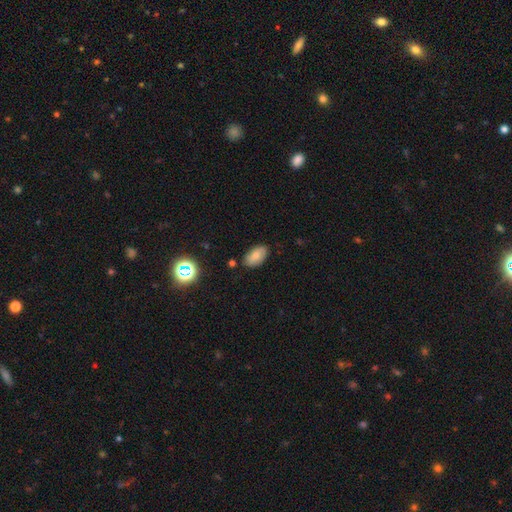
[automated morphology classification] Overall: smooth (83%). How rounded: in between (94%). Merging: none (82%).